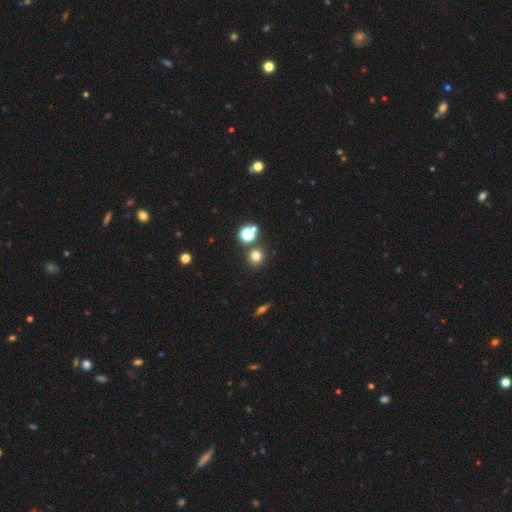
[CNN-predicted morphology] smooth-or-featured: smooth: 73% | star or artifact: 20% | featured or disk: 7%
  how-rounded: round: 89% | in between: 10% | cigar-shaped: 1%
  merging: none: 80% | merger: 10% | minor disturbance: 7% | major disturbance: 3%